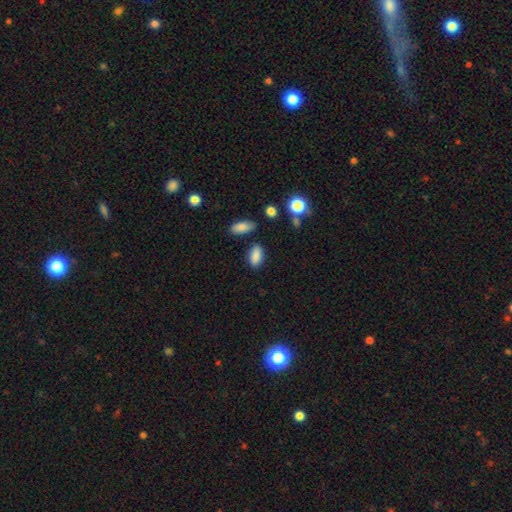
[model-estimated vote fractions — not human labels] Overall: smooth (87%). How rounded: in between (88%). Merging: none (79%).